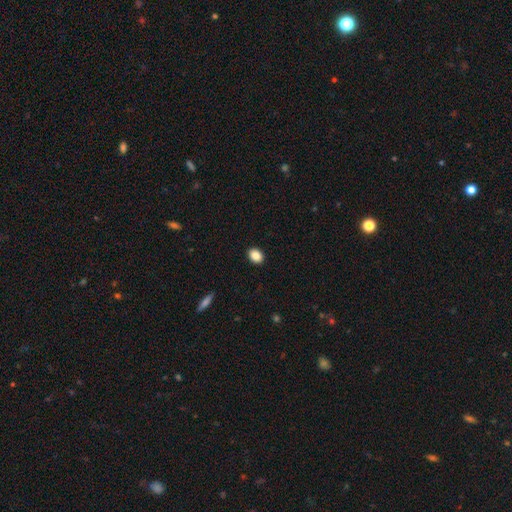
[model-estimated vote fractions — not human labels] smooth 87%, star or artifact 9%, featured or disk 4%. Down the decision tree: how rounded — in between (65%); merging — none (91%).